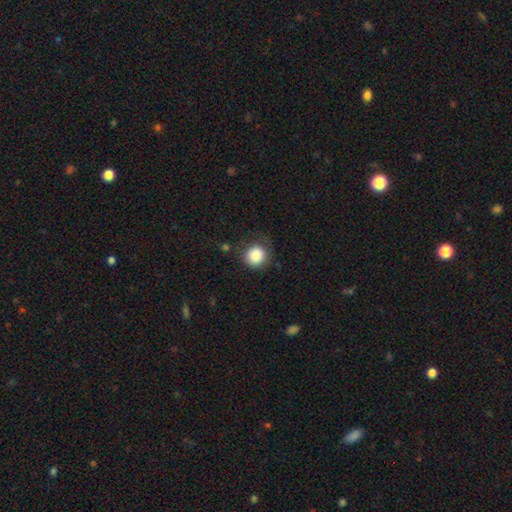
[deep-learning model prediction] smooth_or_featured: smooth (p=0.87) [alt: star or artifact p=0.09]
how_rounded: round (p=0.92) [alt: in between p=0.07]
merging: none (p=0.75) [alt: minor disturbance p=0.16]